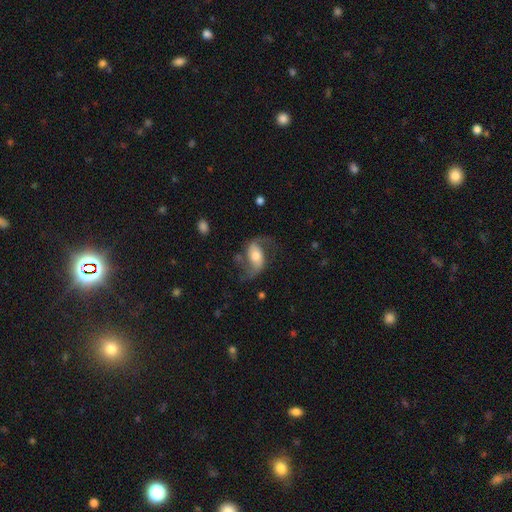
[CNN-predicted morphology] This appears to be a featured or disk galaxy (78%) with a weak bar (36%), 2 (91%) loose (66%) spiral arms (93%) and a moderate central bulge (57%). Merging: none (63%).